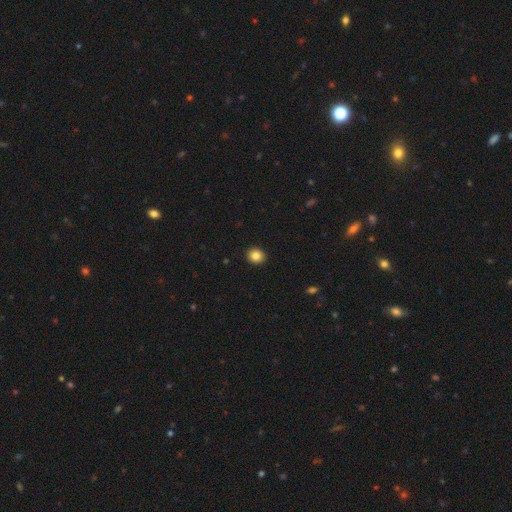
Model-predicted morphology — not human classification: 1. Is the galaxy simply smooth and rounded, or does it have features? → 85% smooth, 10% star or artifact, 5% featured or disk.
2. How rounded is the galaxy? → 82% round, 17% in between, 1% cigar-shaped.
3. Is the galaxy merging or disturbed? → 93% none, 5% minor disturbance, 1% major disturbance, 1% merger.